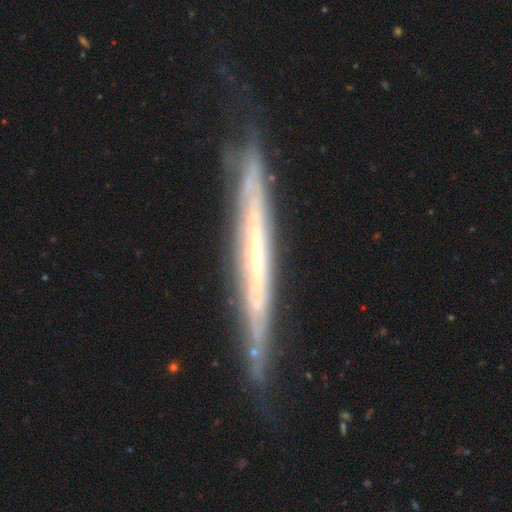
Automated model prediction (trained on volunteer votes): The model was most divided on "edge-on bulge": none: 70%, rounded: 25%, boxy: 5%. More confident: edge-on disk — yes (87%); smooth or featured — featured or disk (80%); merging — none (73%).